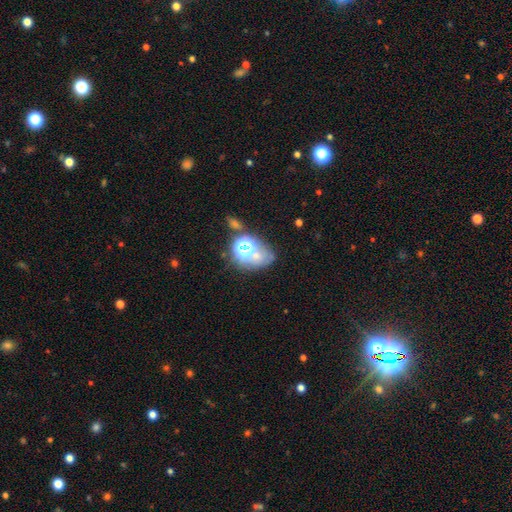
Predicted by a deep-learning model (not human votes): The model was most divided on "smooth or featured": star or artifact: 47%, smooth: 35%, featured or disk: 18%.